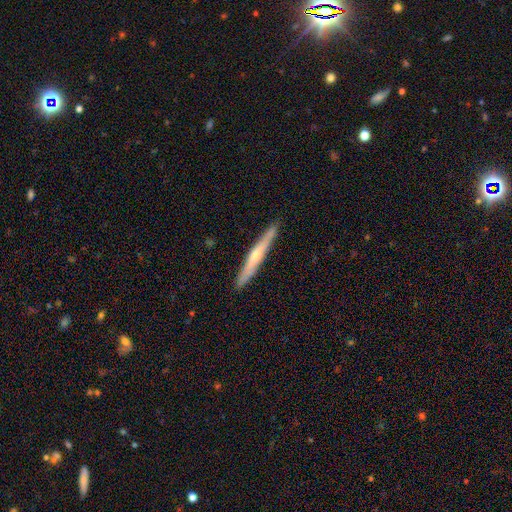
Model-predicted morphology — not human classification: Smooth or featured? featured or disk (54%)
Edge-on disk? yes (95%)
Edge-on bulge? rounded (66%)
Merging? none (90%)